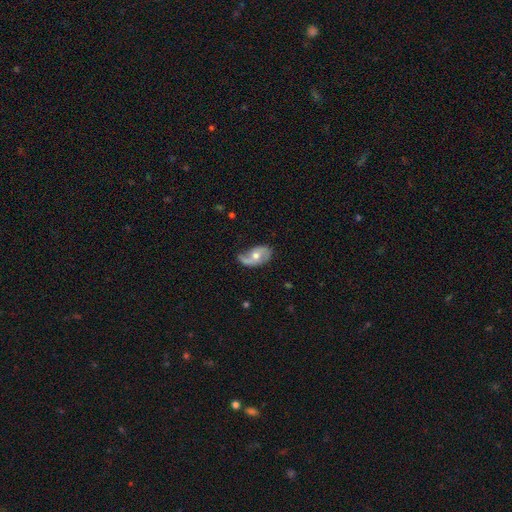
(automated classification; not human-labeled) The model was most divided on "merging": none: 48%, minor disturbance: 31%, major disturbance: 17%, merger: 4%. More confident: edge-on disk — no (96%); spiral arms — yes (87%); spiral arm count — 2 (73%); smooth or featured — featured or disk (71%); bulge size — moderate (67%); bar — no (63%); spiral winding — loose (60%).